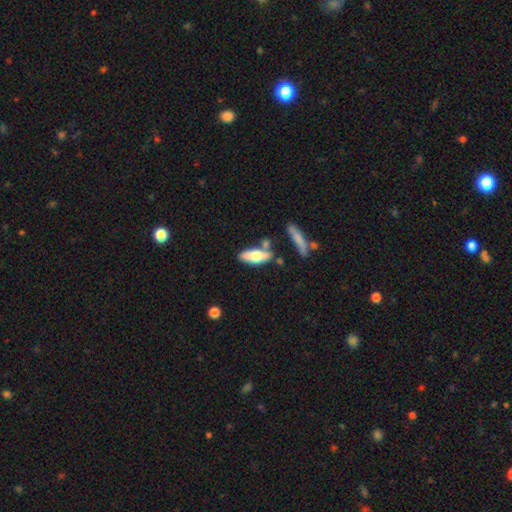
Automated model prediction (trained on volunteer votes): A smooth galaxy with no disk features (62%) that is in between round and cigar-shaped (66%).

Vote fractions:
- Smooth or featured? smooth: 62% / featured or disk: 32% / star or artifact: 6%
- How rounded? in between: 66% / cigar-shaped: 32% / round: 3%
- Merging? none: 65% / minor disturbance: 15% / merger: 15% / major disturbance: 4%